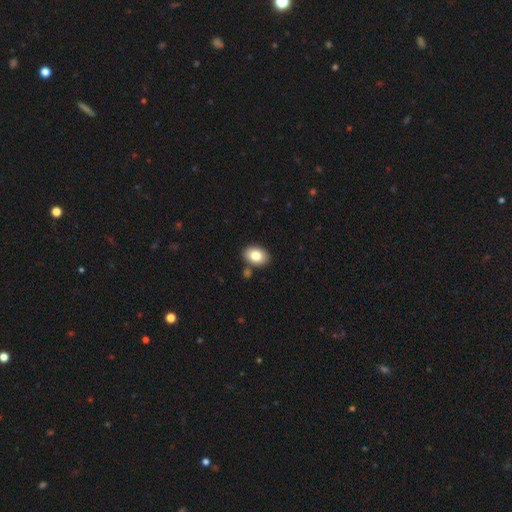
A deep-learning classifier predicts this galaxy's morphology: smooth_or_featured: smooth (p=0.82) [alt: featured or disk p=0.10]
how_rounded: in between (p=0.82) [alt: round p=0.17]
merging: none (p=0.83) [alt: minor disturbance p=0.09]